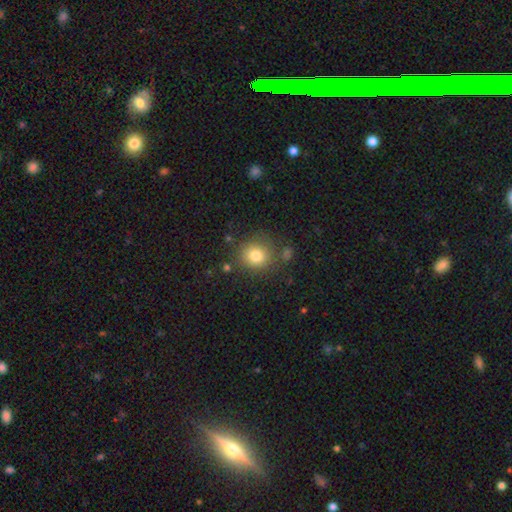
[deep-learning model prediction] The model was most divided on "merging": none: 79%, minor disturbance: 11%, merger: 5%, major disturbance: 4%. More confident: how rounded — round (87%); smooth or featured — smooth (80%).